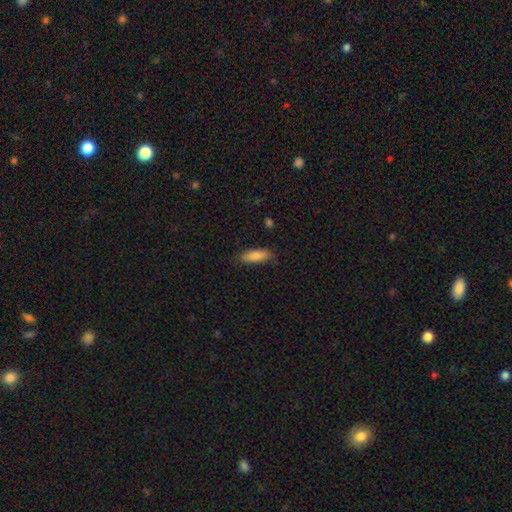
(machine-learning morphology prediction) A smooth galaxy with no disk features (87%) that is in between round and cigar-shaped (61%).

Vote fractions:
- Smooth or featured? smooth: 87% / featured or disk: 7% / star or artifact: 6%
- How rounded? in between: 61% / cigar-shaped: 37% / round: 2%
- Merging? none: 84% / minor disturbance: 13% / major disturbance: 2% / merger: 1%